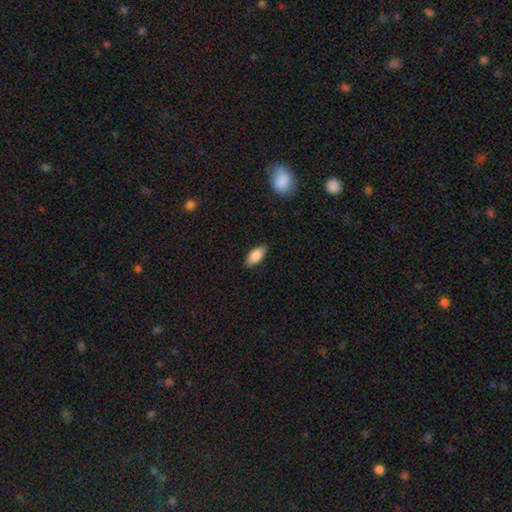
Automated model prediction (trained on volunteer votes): This appears to be a smooth galaxy with no disk features (85%) that is in between round and cigar-shaped (90%). Merging: none (86%).